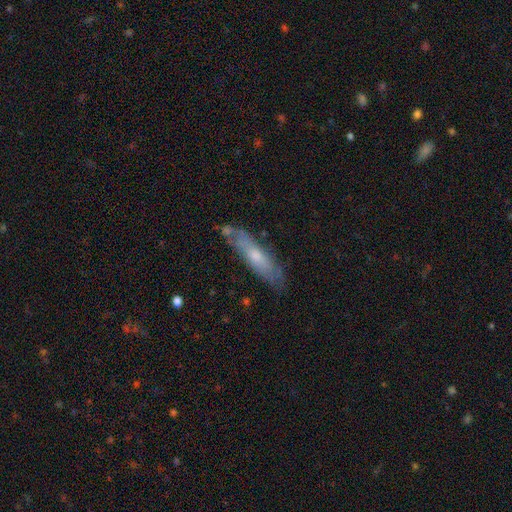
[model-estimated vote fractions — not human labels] smooth-or-featured: smooth: 50% | featured or disk: 44% | star or artifact: 6%
  merging: none: 69% | minor disturbance: 21% | merger: 5% | major disturbance: 5%